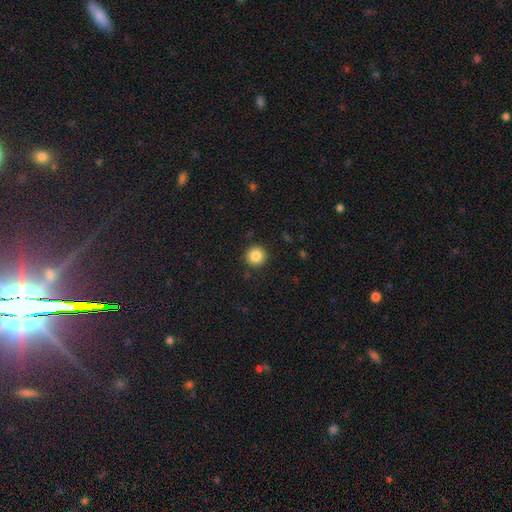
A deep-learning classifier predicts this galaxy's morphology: Q: Smooth or featured?
A: smooth (85%); runner-up: star or artifact (9%)
Q: How rounded?
A: round (95%); runner-up: in between (4%)
Q: Merging?
A: none (92%); runner-up: minor disturbance (5%)